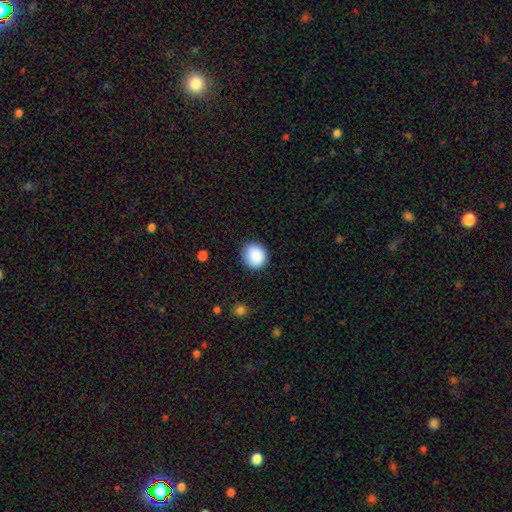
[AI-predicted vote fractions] A smooth galaxy with no disk features (89%) that is round (86%).

Vote fractions:
- Smooth or featured? smooth: 89% / star or artifact: 8% / featured or disk: 4%
- How rounded? round: 86% / in between: 14% / cigar-shaped: 1%
- Merging? none: 88% / minor disturbance: 9% / major disturbance: 2% / merger: 1%